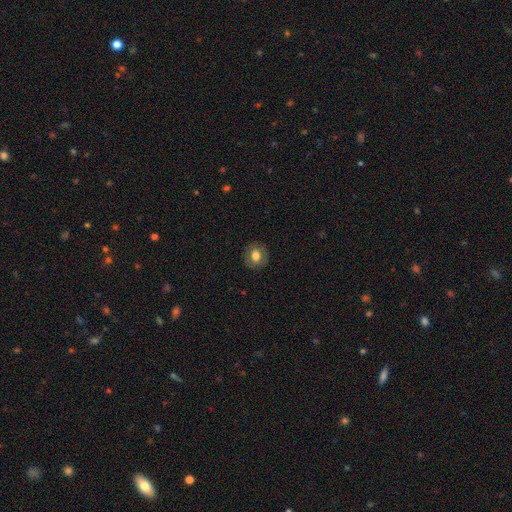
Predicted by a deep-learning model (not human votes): smooth_or_featured: smooth (p=0.73) [alt: featured or disk p=0.18]
how_rounded: round (p=0.70) [alt: in between p=0.29]
merging: none (p=0.87) [alt: minor disturbance p=0.09]